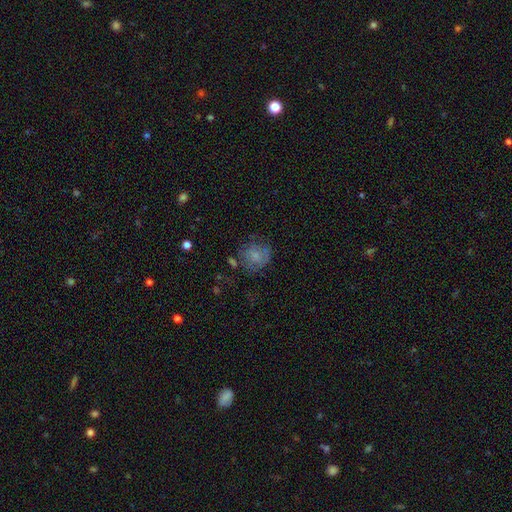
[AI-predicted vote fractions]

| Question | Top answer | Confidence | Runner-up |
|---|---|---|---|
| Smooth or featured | smooth | 64% | featured or disk (26%) |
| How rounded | round | 73% | in between (26%) |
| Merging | none | 55% | minor disturbance (24%) |